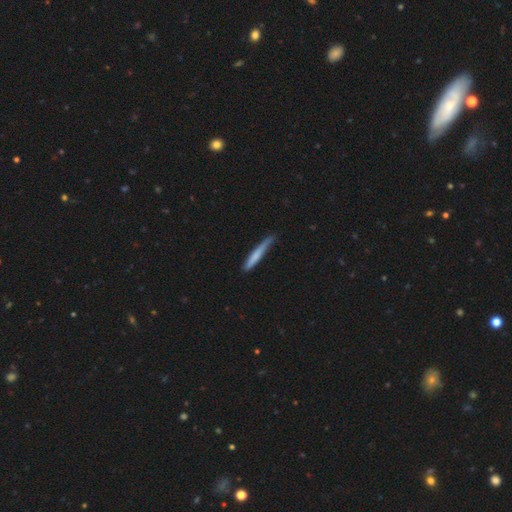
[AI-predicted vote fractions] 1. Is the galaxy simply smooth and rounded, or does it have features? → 70% smooth, 25% featured or disk, 6% star or artifact.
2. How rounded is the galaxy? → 96% cigar-shaped, 3% in between, 1% round.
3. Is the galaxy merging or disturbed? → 67% none, 26% minor disturbance, 5% major disturbance, 2% merger.